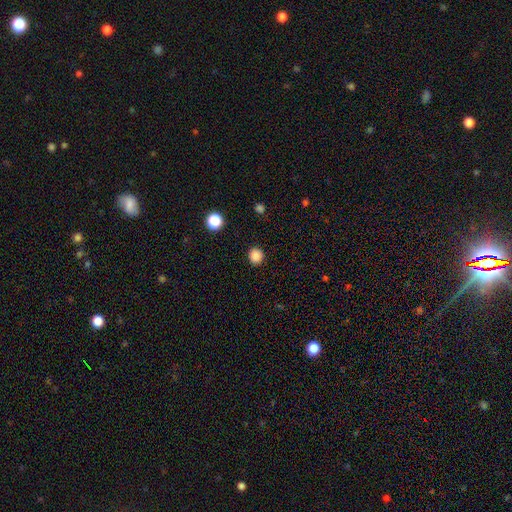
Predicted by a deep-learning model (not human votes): This appears to be a smooth galaxy with no disk features (86%) that is round (91%). Merging: none (91%).